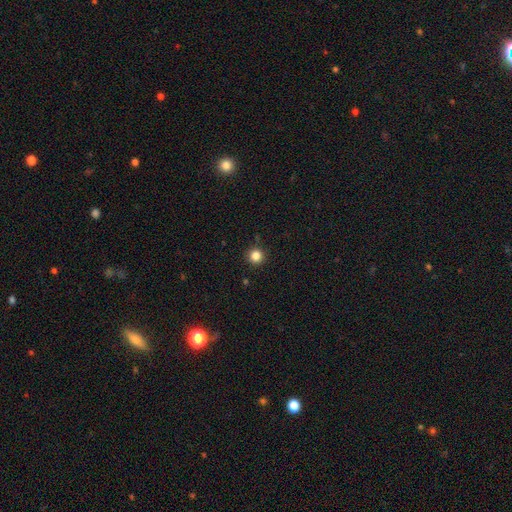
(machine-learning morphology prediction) Q: Smooth or featured?
A: smooth (84%); runner-up: star or artifact (12%)
Q: How rounded?
A: round (95%); runner-up: in between (4%)
Q: Merging?
A: none (91%); runner-up: minor disturbance (5%)